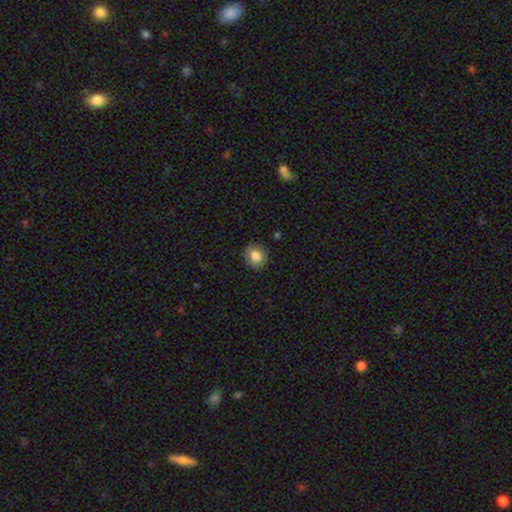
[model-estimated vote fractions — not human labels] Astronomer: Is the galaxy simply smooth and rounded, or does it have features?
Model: smooth — 80%.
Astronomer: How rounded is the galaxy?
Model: round — 78%.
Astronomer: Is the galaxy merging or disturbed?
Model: none — 85%.